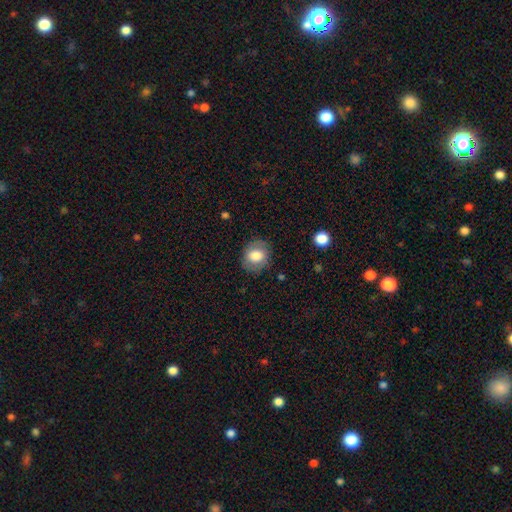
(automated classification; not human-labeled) Smooth or featured? smooth (77%)
How rounded? round (63%)
Merging? none (82%)